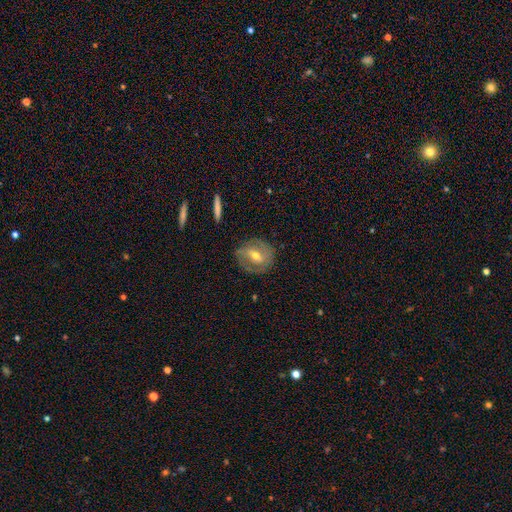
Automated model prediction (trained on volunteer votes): This is likely a featured or disk galaxy (62%). It is clearly not viewed edge-on (93%). Bar: possibly weak (45%). Spiral arm pattern: possibly yes (58%). Central bulge: likely moderate (67%). Merging: likely none (77%).